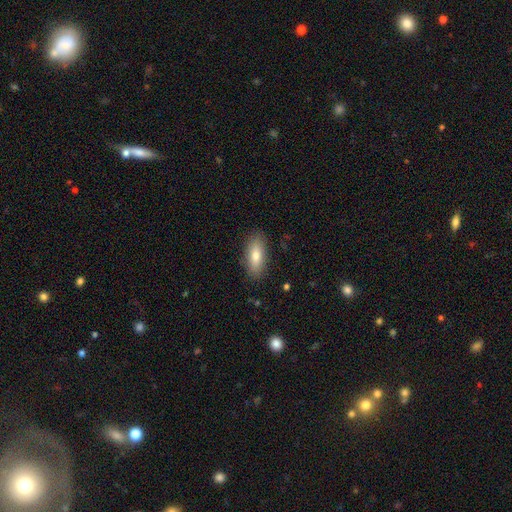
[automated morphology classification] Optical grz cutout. It shows a smooth galaxy with no disk features (78%) that is in between round and cigar-shaped (74%). Merging: none (87%).